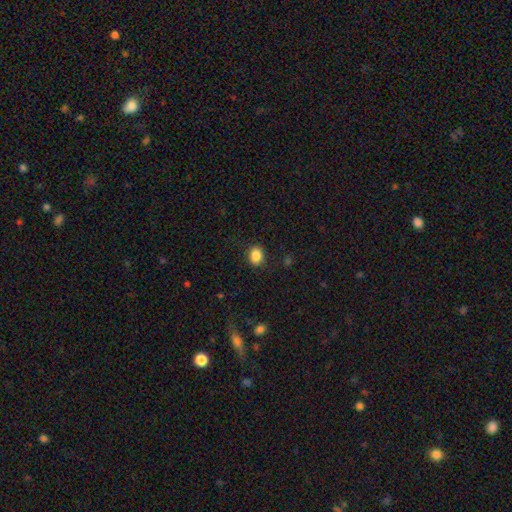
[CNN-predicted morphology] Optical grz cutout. It shows a smooth galaxy with no disk features (86%) that is round (54%). Merging: none (87%).